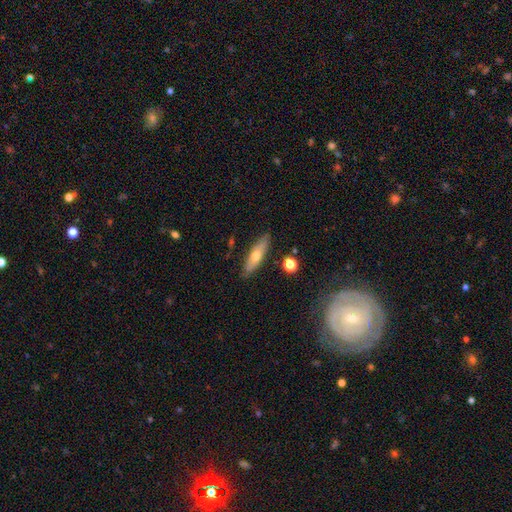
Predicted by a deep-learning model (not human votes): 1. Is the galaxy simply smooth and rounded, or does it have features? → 58% smooth, 35% featured or disk, 7% star or artifact.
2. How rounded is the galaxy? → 64% cigar-shaped, 34% in between, 3% round.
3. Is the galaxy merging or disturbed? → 85% none, 10% minor disturbance, 2% merger, 2% major disturbance.